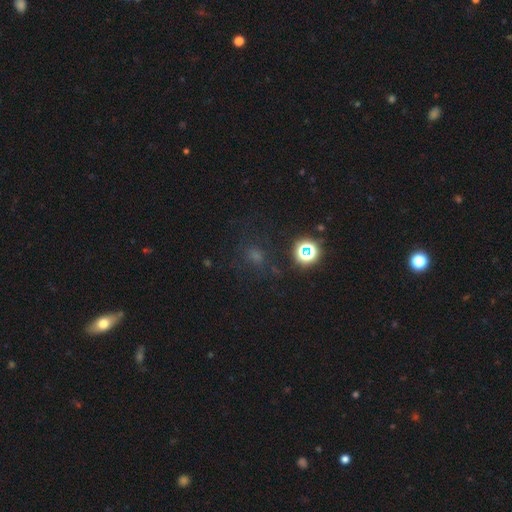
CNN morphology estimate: Smooth or featured: smooth — 46% (star or artifact — 40%)
Merging: none — 70% (minor disturbance — 15%)